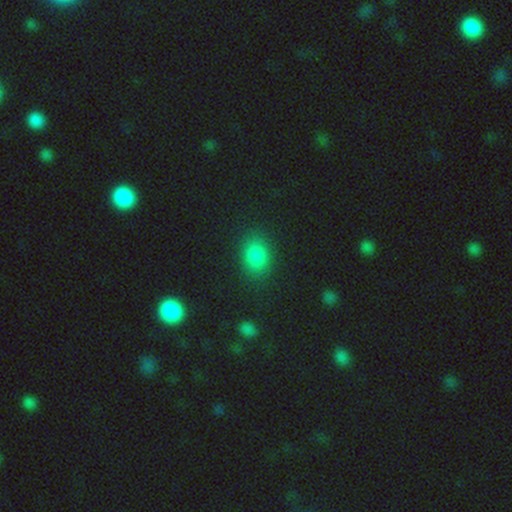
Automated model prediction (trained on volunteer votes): A smooth galaxy with no disk features (82%) that is in between round and cigar-shaped (68%).

Vote fractions:
- Smooth or featured? smooth: 82% / star or artifact: 14% / featured or disk: 4%
- How rounded? in between: 68% / round: 31% / cigar-shaped: 2%
- Merging? none: 85% / minor disturbance: 10% / major disturbance: 3% / merger: 2%